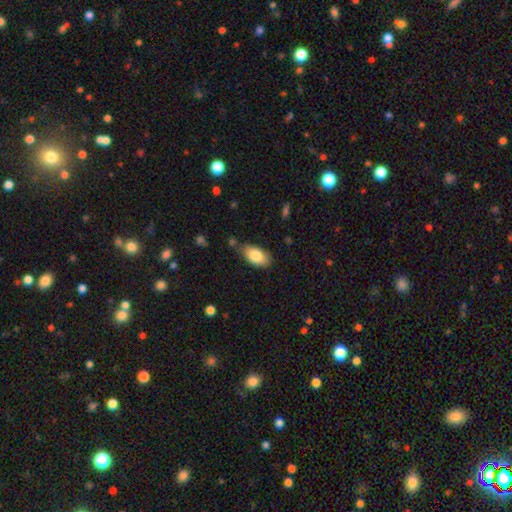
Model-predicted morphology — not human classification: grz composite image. It shows a smooth galaxy with no disk features (82%) that is in between round and cigar-shaped (94%). Merging: none (72%).